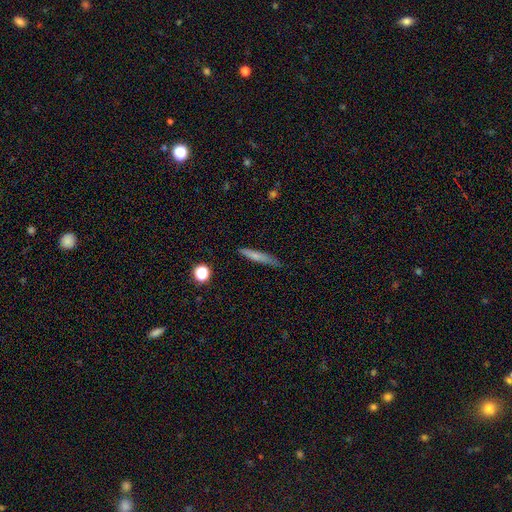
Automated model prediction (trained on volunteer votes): smooth-or-featured: smooth: 67% | featured or disk: 24% | star or artifact: 9%
  how-rounded: cigar-shaped: 91% | in between: 7% | round: 2%
  merging: none: 78% | minor disturbance: 17% | major disturbance: 3% | merger: 2%